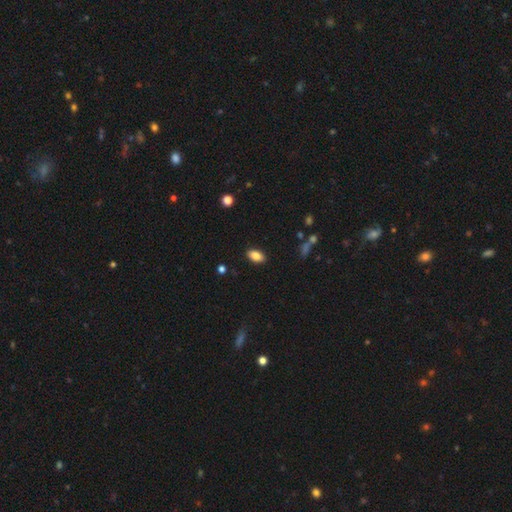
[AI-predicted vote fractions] Smooth or featured? Predicted: smooth (p=0.85). How rounded? Predicted: in between (p=0.92). Merging? Predicted: none (p=0.88).